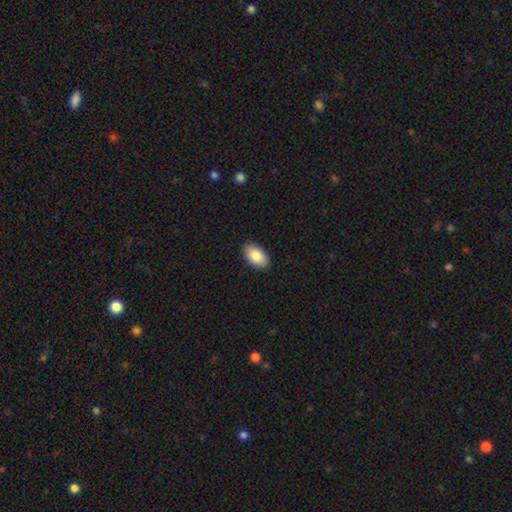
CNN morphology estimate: Smooth or featured? Predicted: smooth (p=0.86). How rounded? Predicted: in between (p=0.95). Merging? Predicted: none (p=0.90).